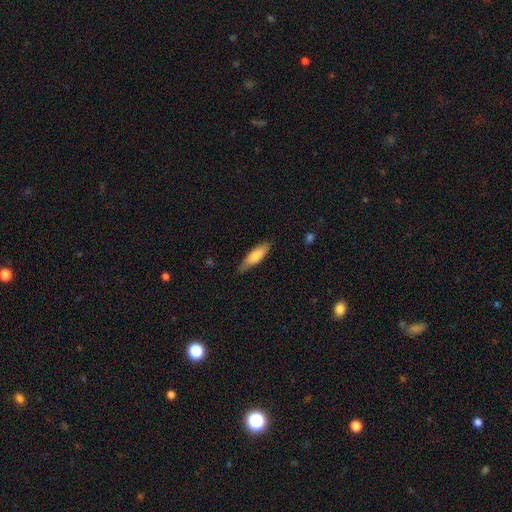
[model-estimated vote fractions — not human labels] Smooth or featured: smooth — 77% (featured or disk — 17%)
How rounded: cigar-shaped — 55% (in between — 44%)
Merging: none — 77% (minor disturbance — 19%)